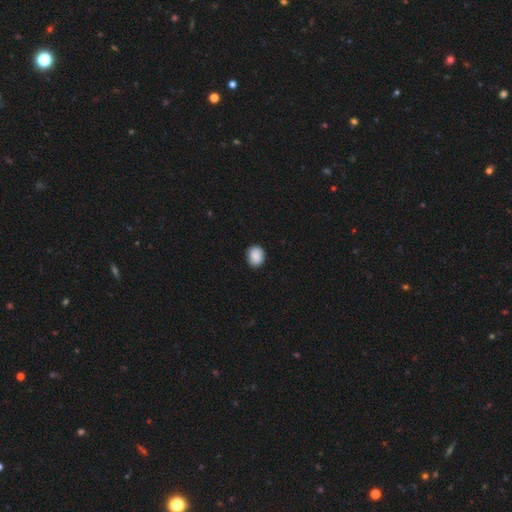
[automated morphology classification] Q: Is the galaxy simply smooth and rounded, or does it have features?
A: smooth — 90%.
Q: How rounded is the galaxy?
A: round — 64%.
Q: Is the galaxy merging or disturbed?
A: none — 90%.